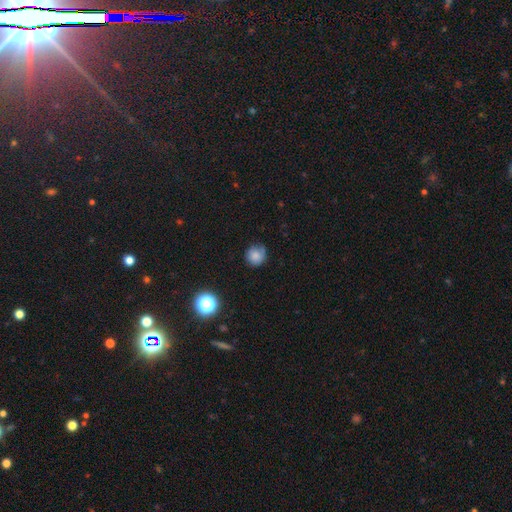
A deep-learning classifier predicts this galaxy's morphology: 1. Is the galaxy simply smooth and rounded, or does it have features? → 78% smooth, 11% star or artifact, 11% featured or disk.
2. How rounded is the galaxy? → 89% round, 10% in between, 1% cigar-shaped.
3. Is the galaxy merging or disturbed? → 69% none, 24% minor disturbance, 6% major disturbance, 2% merger.